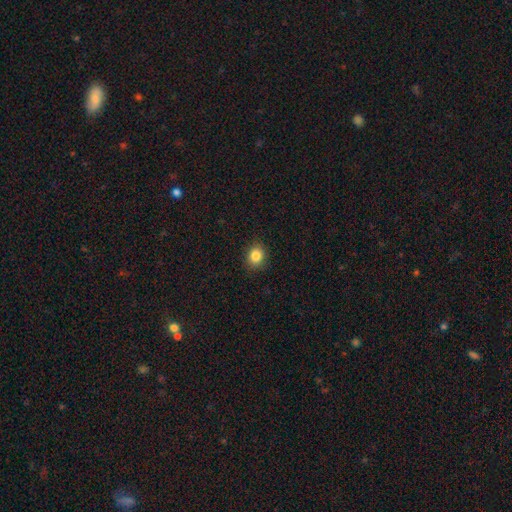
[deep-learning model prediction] This appears to be a smooth galaxy with no disk features (84%) that is round (72%). Merging: none (88%).